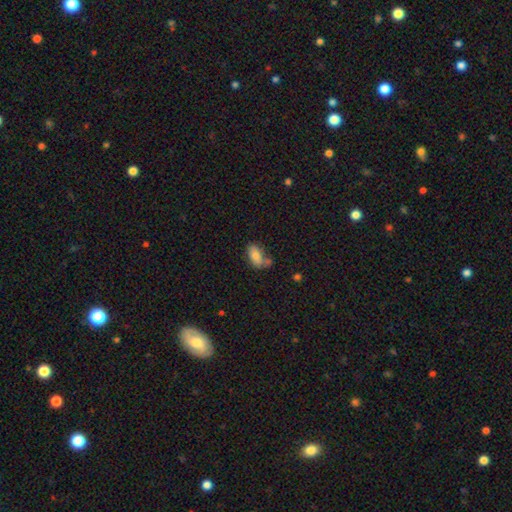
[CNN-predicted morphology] Q: Smooth or featured?
A: smooth (77%); runner-up: featured or disk (15%)
Q: How rounded?
A: in between (90%); runner-up: cigar-shaped (5%)
Q: Merging?
A: none (46%); runner-up: merger (23%)